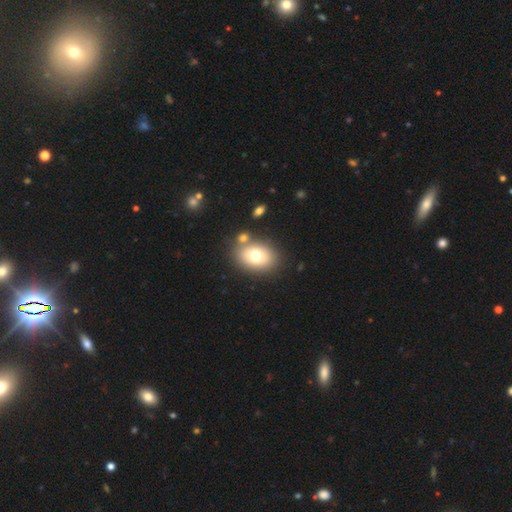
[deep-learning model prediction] smooth_or_featured: smooth (p=0.71) [alt: featured or disk p=0.20]
how_rounded: in between (p=0.75) [alt: round p=0.24]
merging: none (p=0.72) [alt: merger p=0.13]